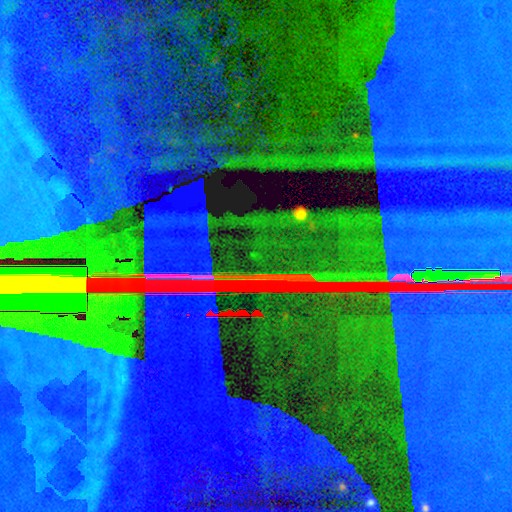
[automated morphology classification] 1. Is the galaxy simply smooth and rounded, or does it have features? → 87% star or artifact, 7% featured or disk, 5% smooth.